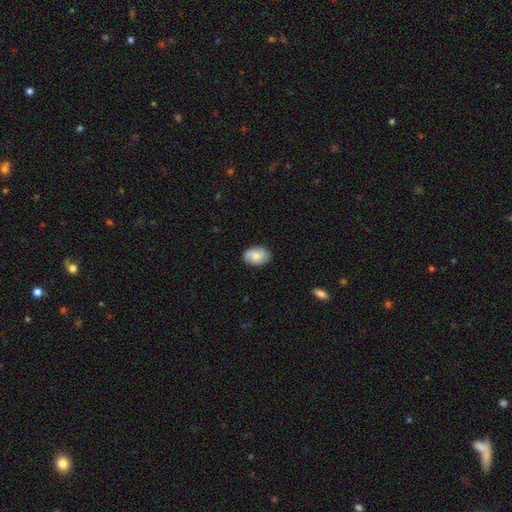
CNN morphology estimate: The model was most divided on "smooth or featured": smooth: 69%, featured or disk: 23%, star or artifact: 7%. More confident: merging — none (81%); how rounded — in between (79%).